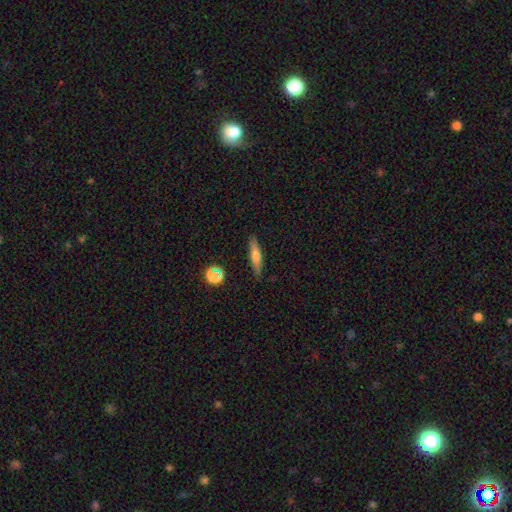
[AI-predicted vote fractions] smooth 58%, featured or disk 34%, star or artifact 8%. Down the decision tree: how rounded — cigar-shaped (82%); merging — none (87%).